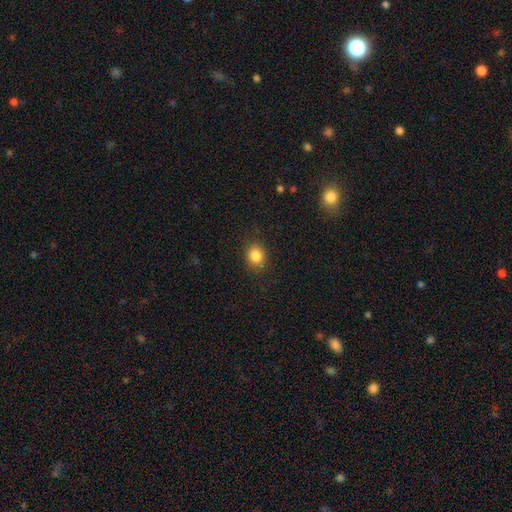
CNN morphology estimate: smooth 85%, star or artifact 10%, featured or disk 5%. Down the decision tree: how rounded — round (68%); merging — none (87%).